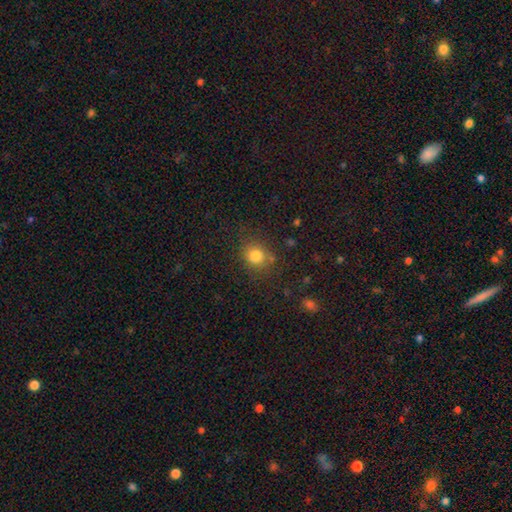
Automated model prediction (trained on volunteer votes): Smooth or featured? smooth (81%)
How rounded? round (79%)
Merging? none (79%)